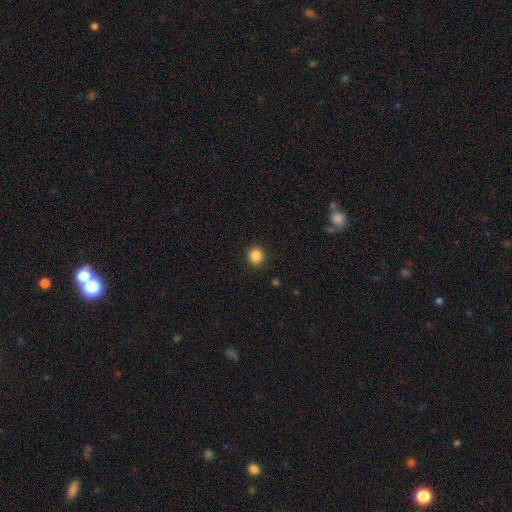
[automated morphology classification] type=smooth (86%); roundness=round (90%); merging=none (92%).